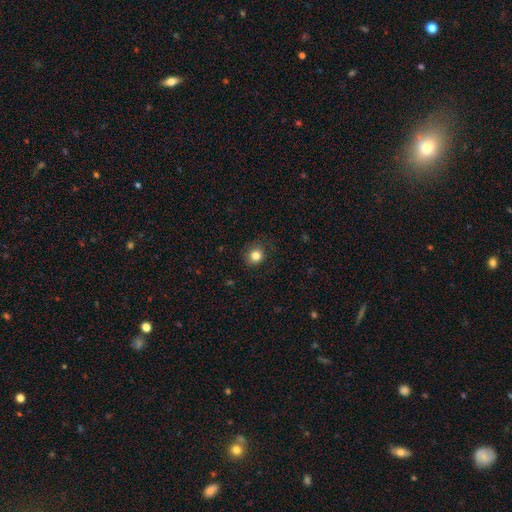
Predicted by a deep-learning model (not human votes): Smooth or featured? Predicted: smooth (p=0.82). How rounded? Predicted: round (p=0.84). Merging? Predicted: none (p=0.85).